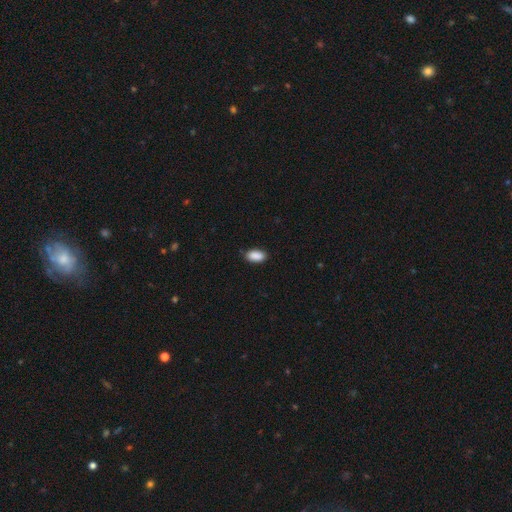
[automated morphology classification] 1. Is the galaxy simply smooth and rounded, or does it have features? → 90% smooth, 7% star or artifact, 3% featured or disk.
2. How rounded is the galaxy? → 93% in between, 4% round, 3% cigar-shaped.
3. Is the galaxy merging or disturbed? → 85% none, 12% minor disturbance, 2% major disturbance, 1% merger.